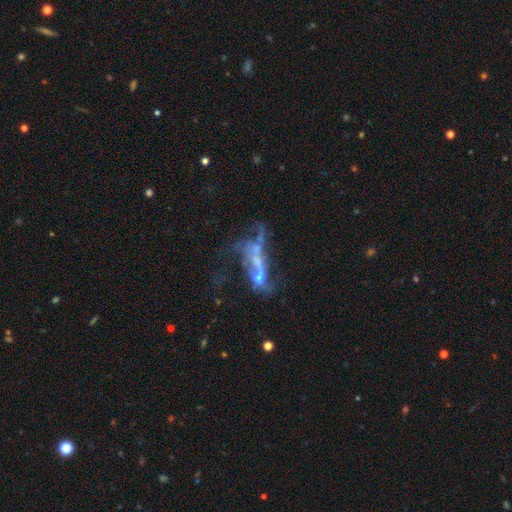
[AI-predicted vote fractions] featured or disk 63%, smooth 19%, star or artifact 18%. Down the decision tree: edge-on disk — no (91%); bar — no (76%); spiral arms — no (77%); bulge size — none (42%); merging — merger (44%).